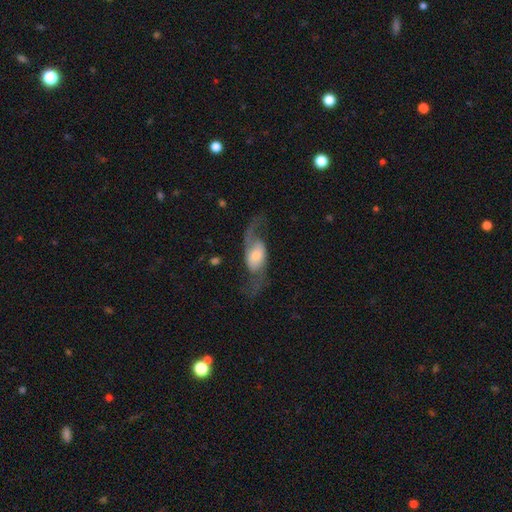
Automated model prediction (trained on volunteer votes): A featured or disk galaxy (75%) with no bar (53%), 2 (90%) loose (75%) spiral arms (92%) and a moderate central bulge (38%).

Vote fractions:
- Smooth or featured? featured or disk: 75% / smooth: 19% / star or artifact: 6%
- Edge-on disk? no: 92% / yes: 8%
- Bar? no: 53% / weak: 34% / strong: 13%
- Spiral arms? yes: 92% / no: 8%
- Spiral winding? loose: 75% / medium: 20% / tight: 5%
- Spiral arm count? 2: 90% / 1: 4% / can't tell: 3% / 3: 1% / 4: 1% / more than 4: 1%
- Bulge size? moderate: 38% / small: 30% / large: 21% / dominant: 6% / none: 5%
- Merging? none: 59% / major disturbance: 21% / minor disturbance: 17% / merger: 2%